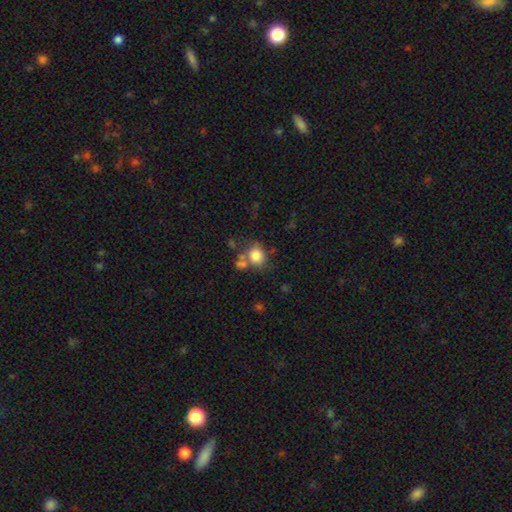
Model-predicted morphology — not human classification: Smooth or featured?
  - smooth: 80% *
  - star or artifact: 11%
  - featured or disk: 10%
How rounded?
  - round: 65% *
  - in between: 34%
  - cigar-shaped: 1%
Merging?
  - none: 51% *
  - merger: 27%
  - minor disturbance: 15%
  - major disturbance: 8%